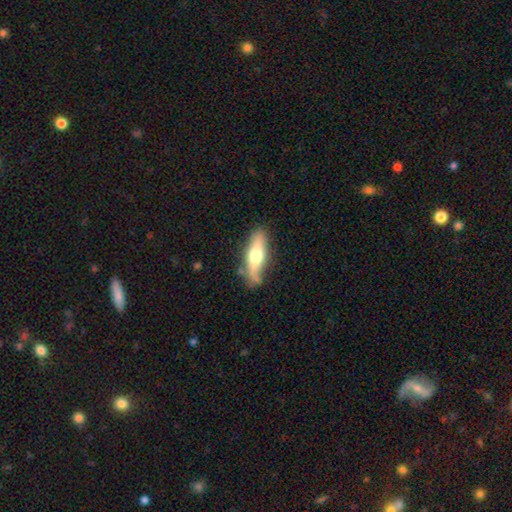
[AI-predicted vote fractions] The model was most divided on "smooth or featured": smooth: 54%, featured or disk: 40%, star or artifact: 5%. More confident: merging — none (71%); how rounded — cigar-shaped (56%).